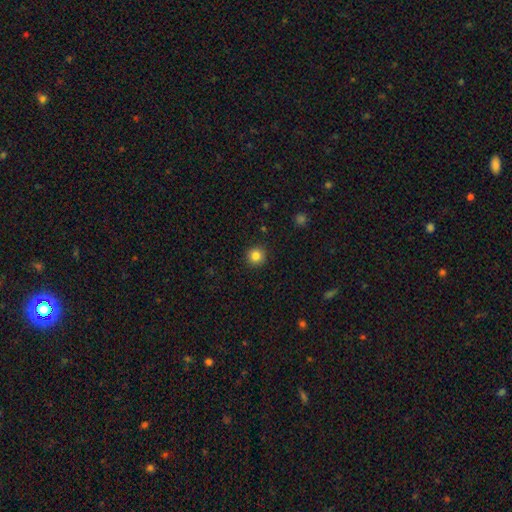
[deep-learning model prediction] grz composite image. It shows a smooth galaxy with no disk features (84%) that is round (95%). Merging: none (92%).